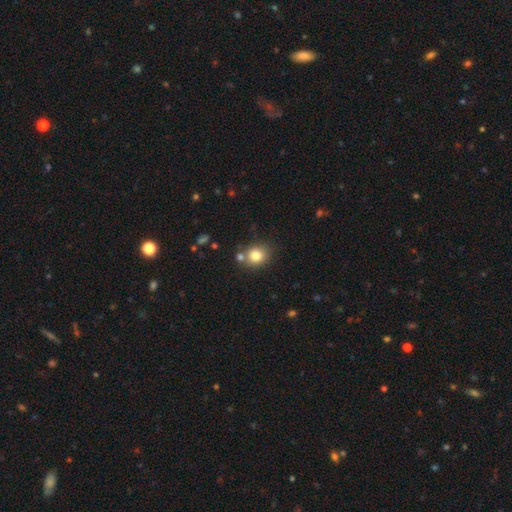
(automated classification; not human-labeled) smooth_or_featured: smooth (p=0.80) [alt: star or artifact p=0.11]
how_rounded: round (p=0.74) [alt: in between p=0.25]
merging: none (p=0.71) [alt: merger p=0.14]